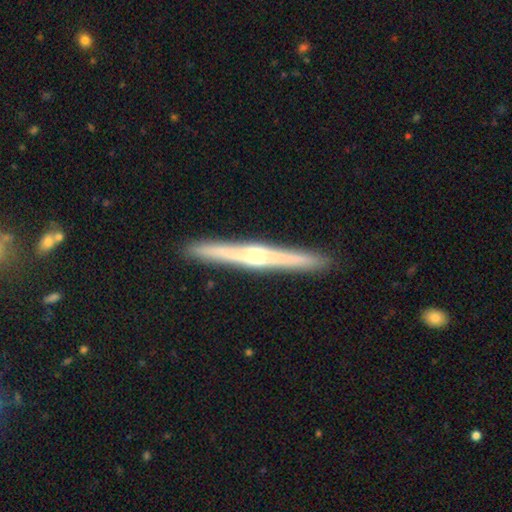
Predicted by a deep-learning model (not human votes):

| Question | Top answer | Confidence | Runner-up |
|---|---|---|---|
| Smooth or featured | featured or disk | 75% | smooth (19%) |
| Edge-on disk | yes | 98% | no (2%) |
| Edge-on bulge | rounded | 74% | none (13%) |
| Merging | none | 92% | minor disturbance (6%) |